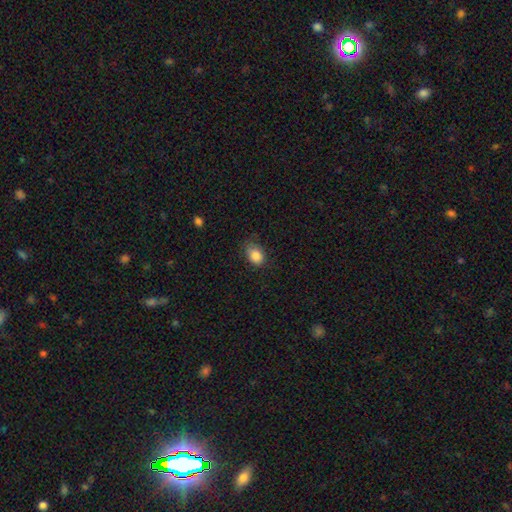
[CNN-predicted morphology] A smooth galaxy with no disk features (85%) that is in between round and cigar-shaped (71%).

Vote fractions:
- Smooth or featured? smooth: 85% / star or artifact: 9% / featured or disk: 5%
- How rounded? in between: 71% / round: 28% / cigar-shaped: 1%
- Merging? none: 68% / minor disturbance: 25% / major disturbance: 6% / merger: 1%